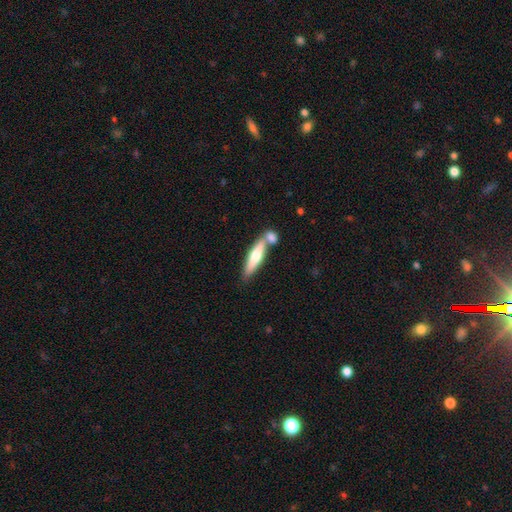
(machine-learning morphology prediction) Smooth or featured: smooth — 58% (featured or disk — 37%)
How rounded: cigar-shaped — 71% (in between — 27%)
Merging: none — 48% (merger — 37%)